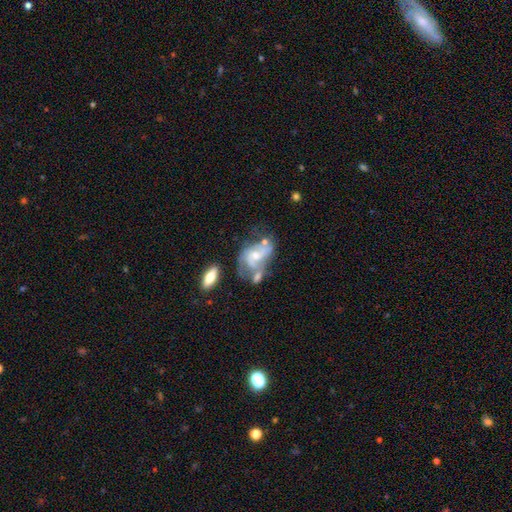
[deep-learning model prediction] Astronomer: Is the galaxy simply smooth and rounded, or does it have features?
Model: featured or disk — 78%.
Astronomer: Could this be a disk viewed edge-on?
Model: no — 97%.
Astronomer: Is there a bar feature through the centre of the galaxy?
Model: no — 56% (runner-up: weak, 36%).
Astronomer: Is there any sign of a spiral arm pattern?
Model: yes — 88%.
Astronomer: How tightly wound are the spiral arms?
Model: medium — 48% (runner-up: loose, 29%).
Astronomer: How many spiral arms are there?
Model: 2 — 65%.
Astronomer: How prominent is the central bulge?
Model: small — 46% (runner-up: moderate, 44%).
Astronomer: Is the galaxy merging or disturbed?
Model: merger — 30%, tied with none at 30%.